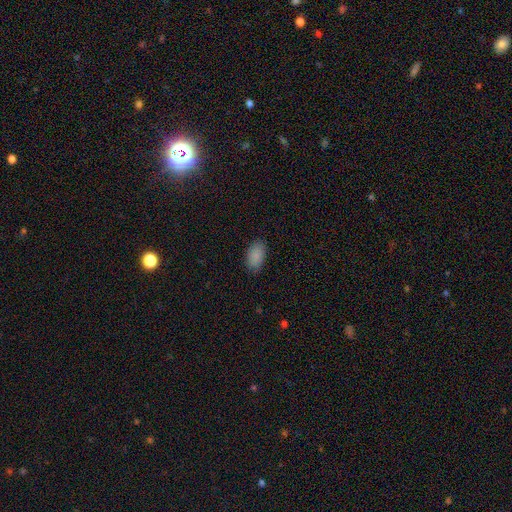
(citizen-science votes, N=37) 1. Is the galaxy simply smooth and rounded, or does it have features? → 84% smooth, 11% featured or disk, 5% star or artifact.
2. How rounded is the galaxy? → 90% in between, 6% cigar-shaped, 3% round.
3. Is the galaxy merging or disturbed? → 89% none, 9% minor disturbance, 3% major disturbance, 0% merger.